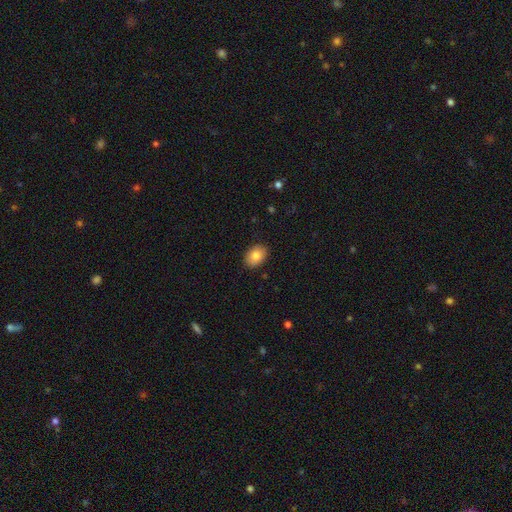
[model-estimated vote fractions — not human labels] A smooth galaxy with no disk features (83%) that is in between round and cigar-shaped (76%). Merging: none (89%).